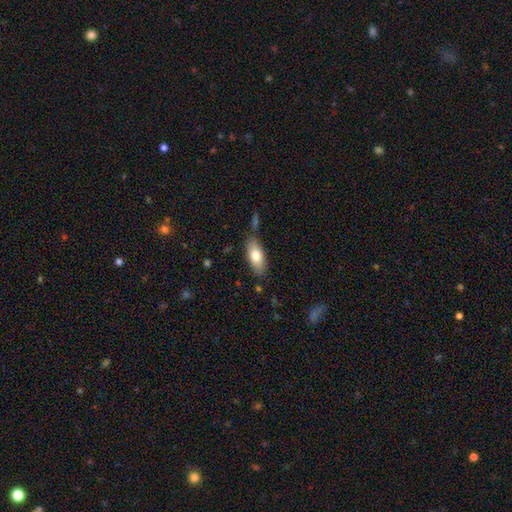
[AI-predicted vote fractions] Smooth or featured?
  - smooth: 76% *
  - featured or disk: 18%
  - star or artifact: 6%
How rounded?
  - in between: 83% *
  - cigar-shaped: 15%
  - round: 3%
Merging?
  - none: 78% *
  - minor disturbance: 14%
  - merger: 5%
  - major disturbance: 3%